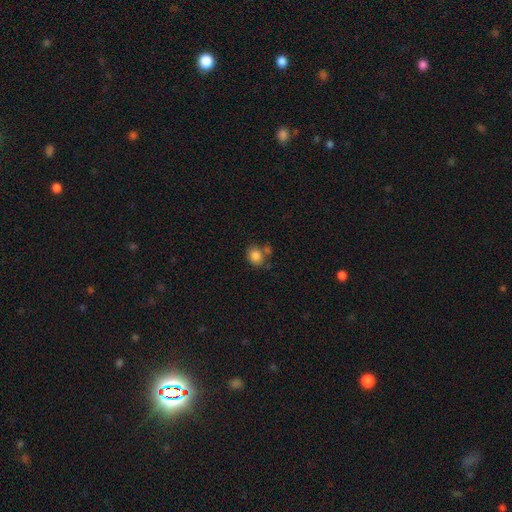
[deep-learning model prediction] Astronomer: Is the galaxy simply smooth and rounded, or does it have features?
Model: smooth — 84%.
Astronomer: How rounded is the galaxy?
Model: round — 62%.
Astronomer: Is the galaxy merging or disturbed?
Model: none — 58%.